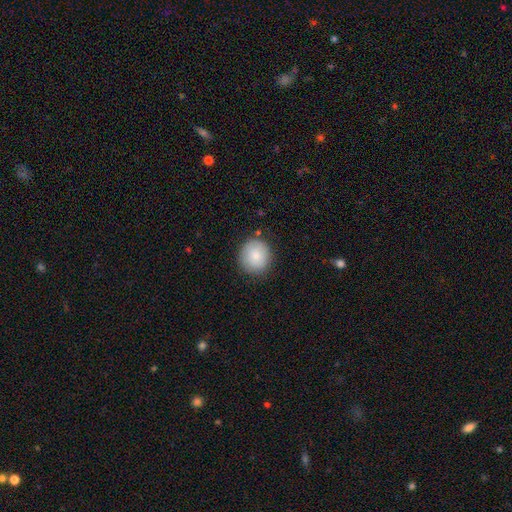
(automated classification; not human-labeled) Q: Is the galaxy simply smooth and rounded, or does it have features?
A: smooth — 82%.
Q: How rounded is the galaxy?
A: round — 89%.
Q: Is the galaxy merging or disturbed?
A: none — 83%.